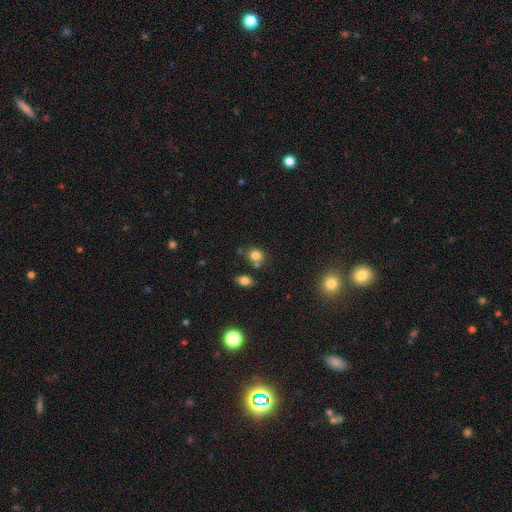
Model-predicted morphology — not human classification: Smooth or featured: smooth — 80% (star or artifact — 13%)
How rounded: round — 60% (in between — 39%)
Merging: none — 62% (merger — 20%)